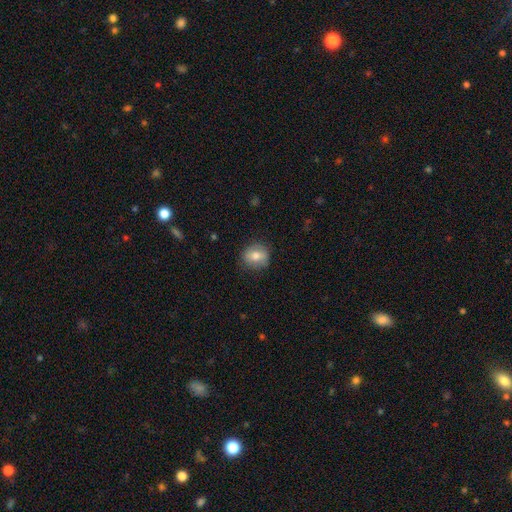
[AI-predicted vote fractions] Q: Smooth or featured?
A: smooth (70%); runner-up: featured or disk (21%)
Q: How rounded?
A: round (78%); runner-up: in between (21%)
Q: Merging?
A: none (82%); runner-up: minor disturbance (13%)